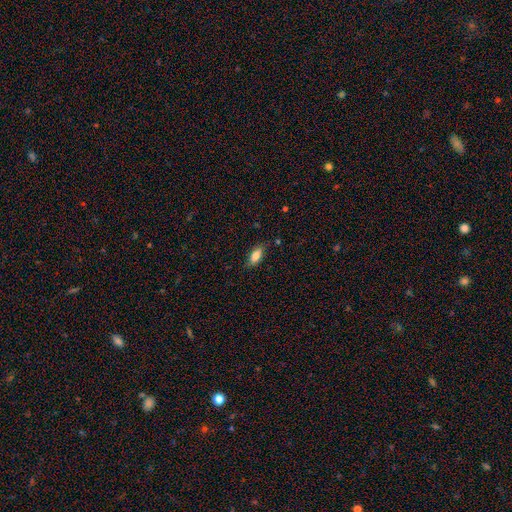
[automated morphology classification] This is clearly a smooth galaxy (80%). How rounded: clearly in between (85%). Merging: likely none (79%).